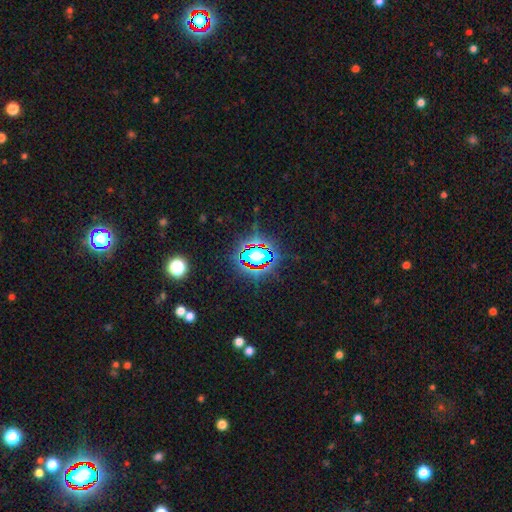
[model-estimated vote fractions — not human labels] star or artifact 72%, smooth 15%, featured or disk 13%.